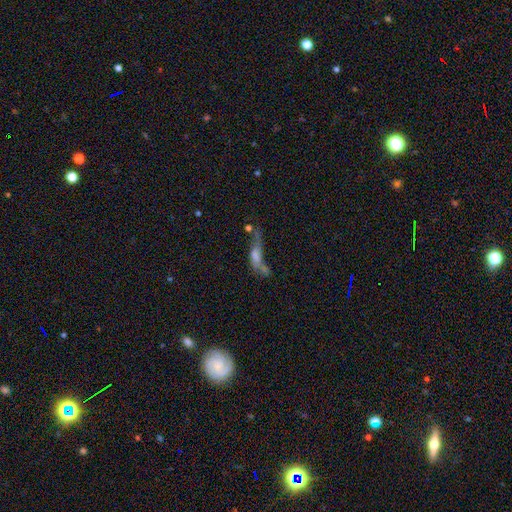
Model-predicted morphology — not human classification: Overall: featured or disk (47%; smooth 36%). Merging: merger (34%; major disturbance 28%).